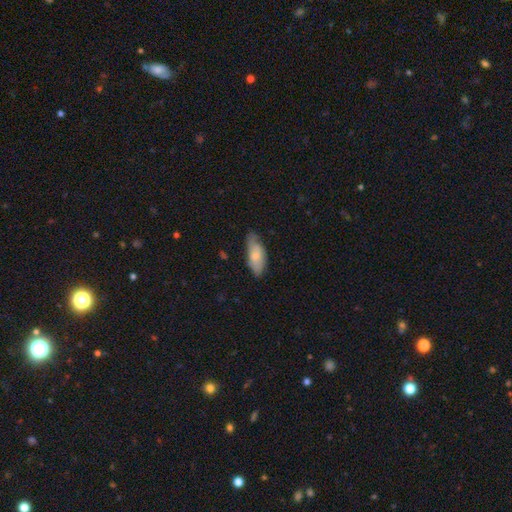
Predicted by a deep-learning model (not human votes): Smooth or featured? Predicted: smooth (p=0.66). How rounded? Predicted: in between (p=0.81). Merging? Predicted: none (p=0.63).